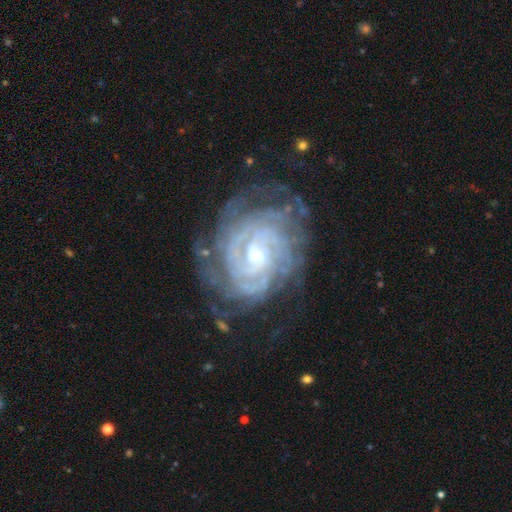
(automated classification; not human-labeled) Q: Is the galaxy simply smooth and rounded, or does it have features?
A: featured or disk — 90%.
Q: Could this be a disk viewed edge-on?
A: no — 97%.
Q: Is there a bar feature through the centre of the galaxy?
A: no — 54%.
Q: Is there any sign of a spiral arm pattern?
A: yes — 98%.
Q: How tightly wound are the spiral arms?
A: tight — 81%.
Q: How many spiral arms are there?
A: can't tell — 30%.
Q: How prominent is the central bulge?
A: small — 62%.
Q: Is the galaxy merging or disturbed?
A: none — 72%.